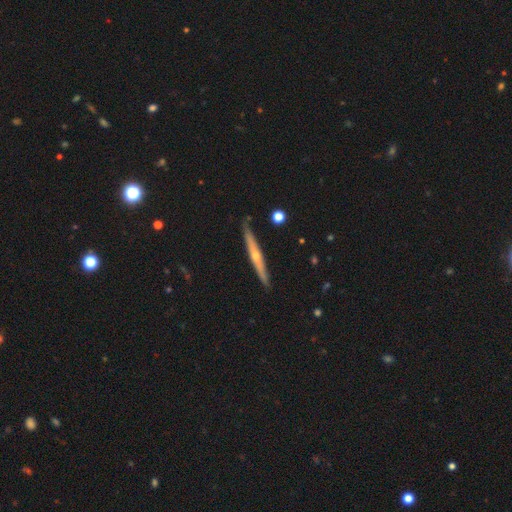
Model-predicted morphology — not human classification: A featured or disk galaxy (69%) viewed edge-on (96%) with a rounded central bulge (77%).

Vote fractions:
- Smooth or featured? featured or disk: 69% / smooth: 25% / star or artifact: 6%
- Edge-on disk? yes: 96% / no: 4%
- Edge-on bulge? rounded: 77% / none: 20% / boxy: 3%
- Merging? none: 86% / minor disturbance: 10% / major disturbance: 2% / merger: 2%